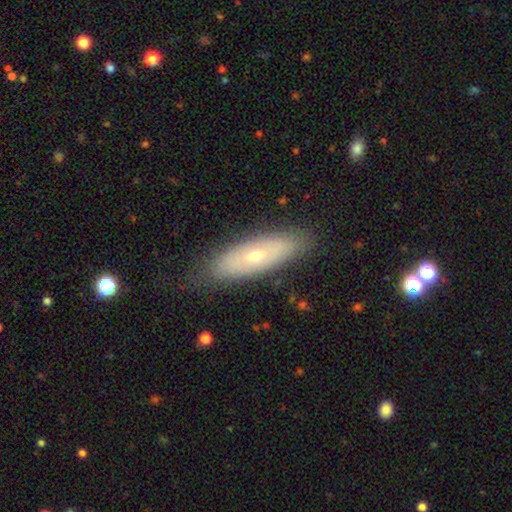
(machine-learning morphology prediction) This appears to be a smooth galaxy with no disk features (50%) that is in between round and cigar-shaped (55%). Merging: none (79%).